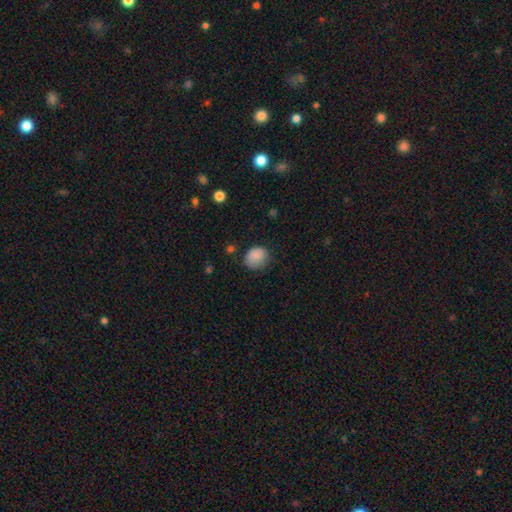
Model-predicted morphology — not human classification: smooth 86%, star or artifact 9%, featured or disk 5%. Down the decision tree: how rounded — round (62%); merging — none (68%).